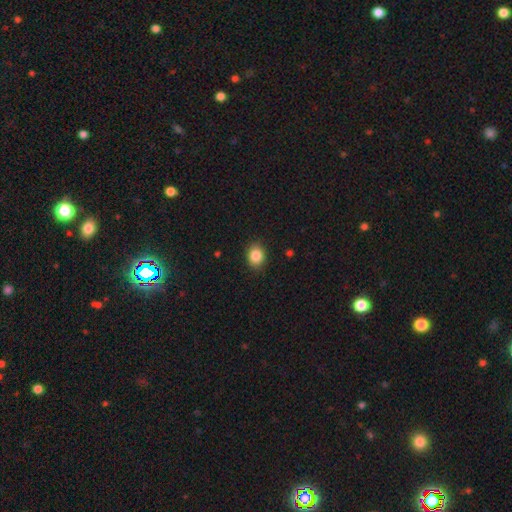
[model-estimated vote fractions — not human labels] Smooth or featured?
  - smooth: 86% *
  - star or artifact: 9%
  - featured or disk: 5%
How rounded?
  - round: 52% *
  - in between: 47%
  - cigar-shaped: 1%
Merging?
  - none: 88% *
  - minor disturbance: 9%
  - major disturbance: 2%
  - merger: 1%